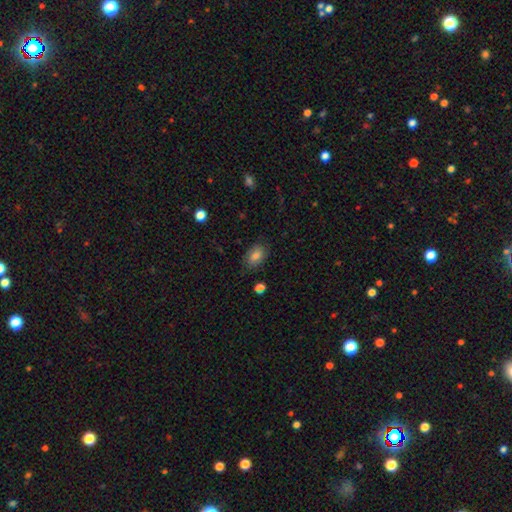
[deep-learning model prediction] Smooth or featured? smooth (82%)
How rounded? in between (84%)
Merging? none (84%)